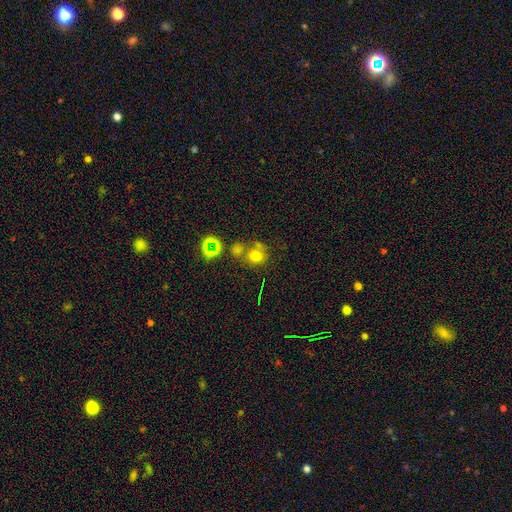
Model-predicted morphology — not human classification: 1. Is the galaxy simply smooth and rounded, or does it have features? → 66% smooth, 23% star or artifact, 11% featured or disk.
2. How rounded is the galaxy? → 78% round, 21% in between, 1% cigar-shaped.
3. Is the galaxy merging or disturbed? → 56% none, 25% merger, 12% minor disturbance, 6% major disturbance.